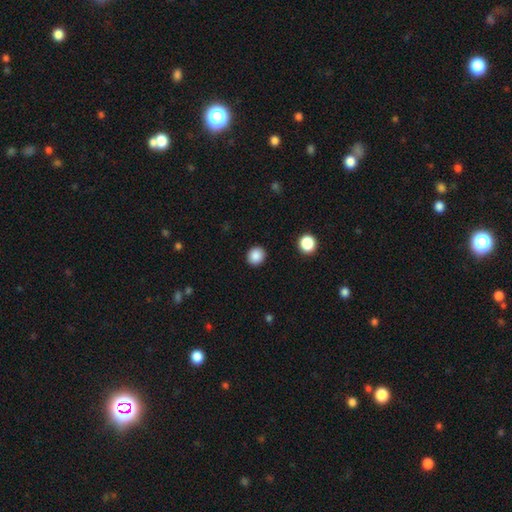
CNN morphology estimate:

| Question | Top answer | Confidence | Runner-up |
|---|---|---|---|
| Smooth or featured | smooth | 88% | star or artifact (9%) |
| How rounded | round | 81% | in between (18%) |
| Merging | none | 91% | minor disturbance (6%) |